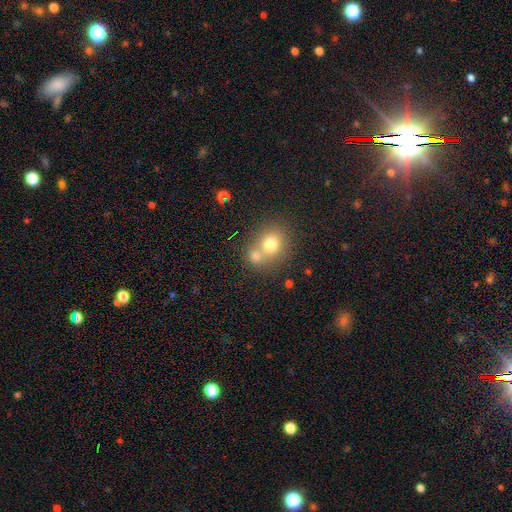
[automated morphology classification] A smooth galaxy with no disk features (74%) that is round (74%).

Vote fractions:
- Smooth or featured? smooth: 74% / featured or disk: 15% / star or artifact: 12%
- How rounded? round: 74% / in between: 25% / cigar-shaped: 1%
- Merging? merger: 50% / none: 39% / minor disturbance: 7% / major disturbance: 3%